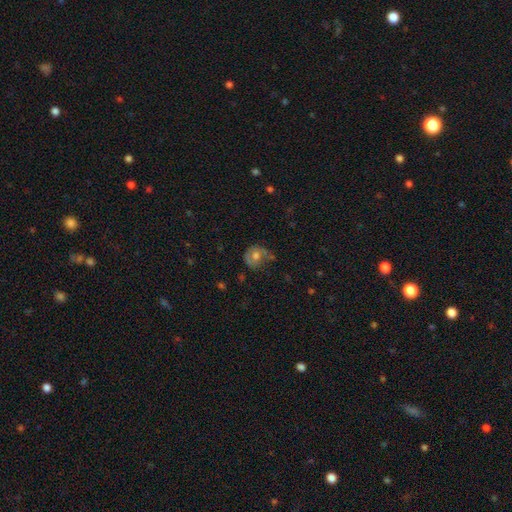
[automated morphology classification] This appears to be a smooth galaxy with no disk features (51%) that is round (72%). Merging: none (47%).